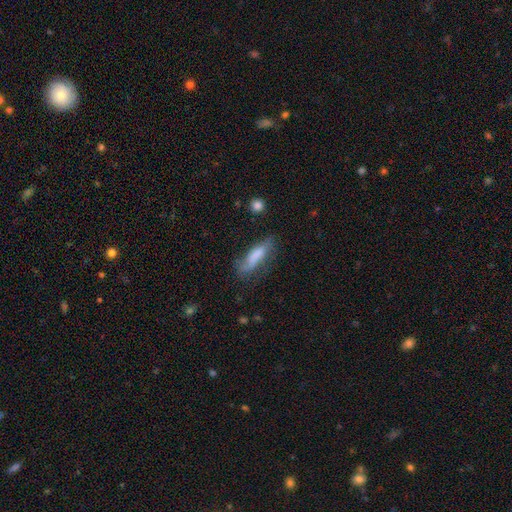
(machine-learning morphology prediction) Q: Smooth or featured?
A: smooth (69%); runner-up: featured or disk (23%)
Q: How rounded?
A: cigar-shaped (56%); runner-up: in between (42%)
Q: Merging?
A: none (54%); runner-up: minor disturbance (29%)